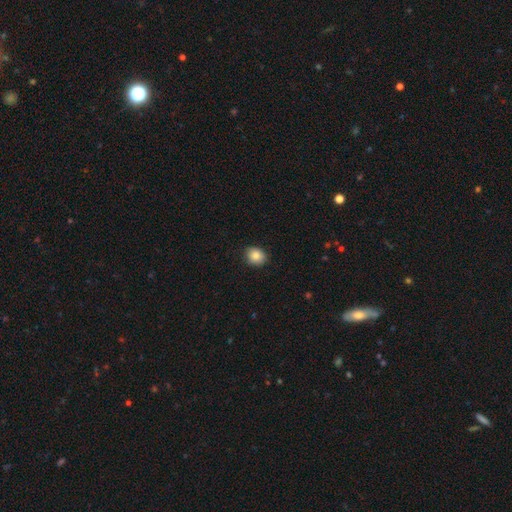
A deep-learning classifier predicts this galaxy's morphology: This appears to be a smooth galaxy with no disk features (86%) that is round (65%). Merging: none (85%).